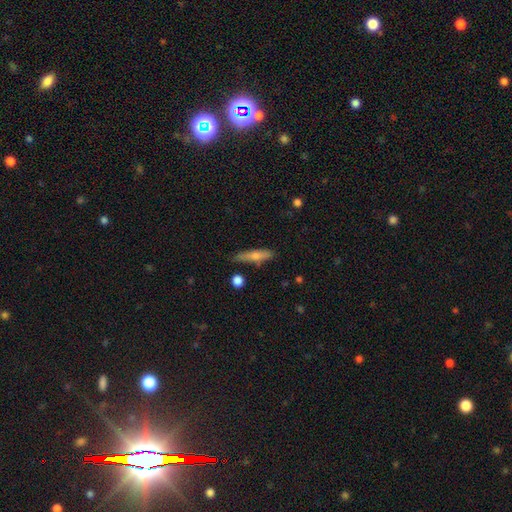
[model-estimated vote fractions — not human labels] Smooth or featured? Predicted: smooth (p=0.65). How rounded? Predicted: cigar-shaped (p=0.78). Merging? Predicted: none (p=0.76).